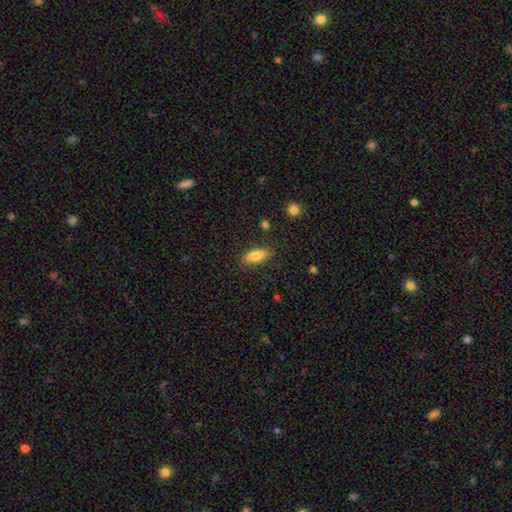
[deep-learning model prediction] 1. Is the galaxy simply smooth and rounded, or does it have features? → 81% smooth, 11% featured or disk, 8% star or artifact.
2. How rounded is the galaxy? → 77% in between, 21% cigar-shaped, 2% round.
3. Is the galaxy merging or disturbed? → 83% none, 12% minor disturbance, 3% major disturbance, 2% merger.